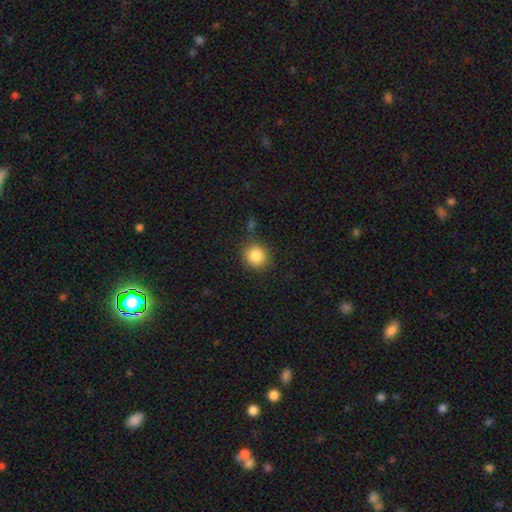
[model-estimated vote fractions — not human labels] Smooth or featured: smooth — 85% (star or artifact — 10%)
How rounded: round — 87% (in between — 12%)
Merging: none — 80% (minor disturbance — 12%)